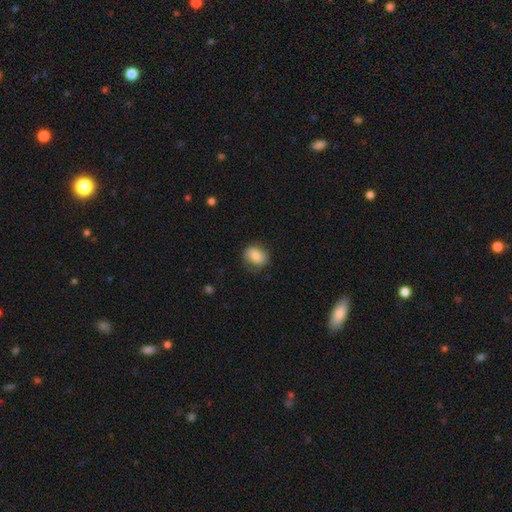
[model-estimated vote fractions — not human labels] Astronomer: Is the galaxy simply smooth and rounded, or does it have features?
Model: smooth — 76%.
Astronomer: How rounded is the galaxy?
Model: round — 50% (runner-up: in between, 49%).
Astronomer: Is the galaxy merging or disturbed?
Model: none — 70%.